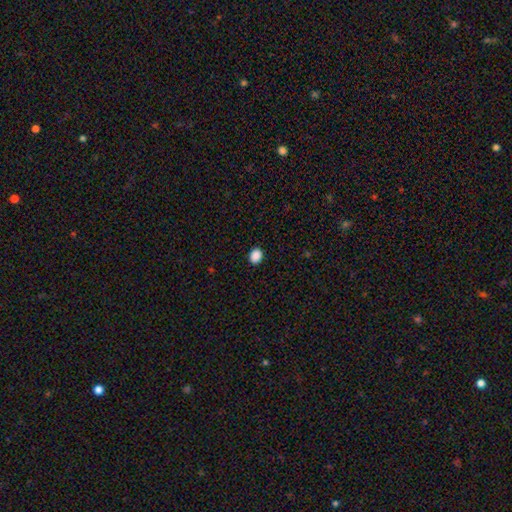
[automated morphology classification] Smooth or featured: smooth — 88% (star or artifact — 9%)
How rounded: round — 57% (in between — 42%)
Merging: none — 91% (minor disturbance — 6%)